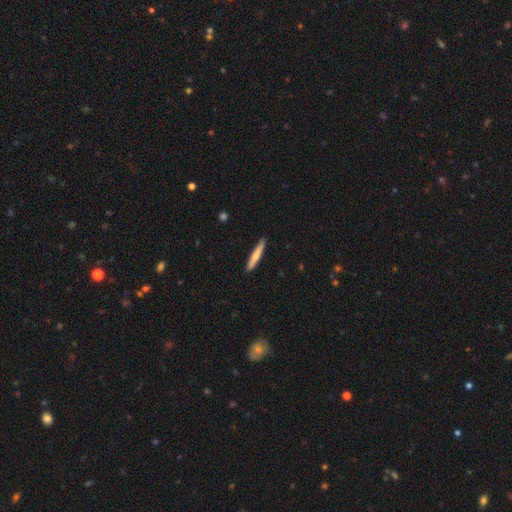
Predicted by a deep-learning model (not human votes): The model was most divided on "smooth or featured": smooth: 71%, featured or disk: 24%, star or artifact: 5%. More confident: how rounded — cigar-shaped (95%); merging — none (89%).